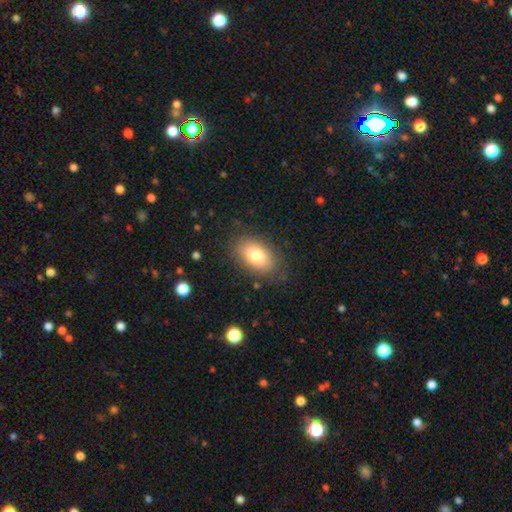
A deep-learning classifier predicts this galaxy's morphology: Q: Smooth or featured?
A: smooth (79%); runner-up: featured or disk (13%)
Q: How rounded?
A: in between (91%); runner-up: round (7%)
Q: Merging?
A: none (81%); runner-up: minor disturbance (13%)